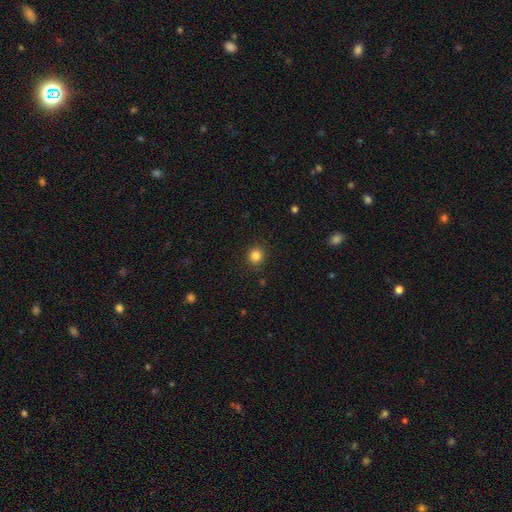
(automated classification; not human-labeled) Smooth or featured? Predicted: smooth (p=0.83). How rounded? Predicted: round (p=0.92). Merging? Predicted: none (p=0.90).